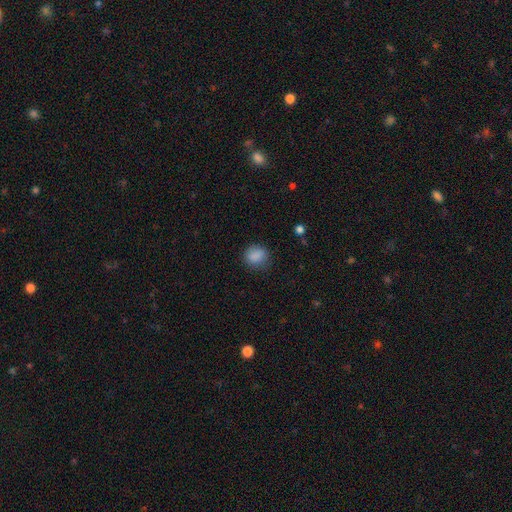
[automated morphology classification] type=smooth (86%); roundness=round (65%); merging=none (77%).